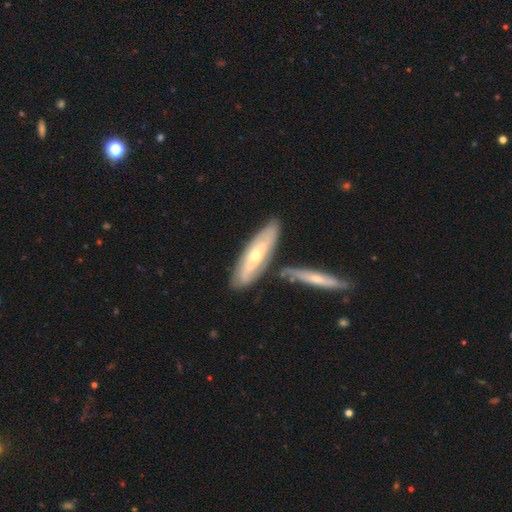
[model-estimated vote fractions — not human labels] Smooth or featured: featured or disk — 60% (smooth — 35%)
Edge-on disk: no — 59% (yes — 41%)
Merging: none — 70% (minor disturbance — 14%)